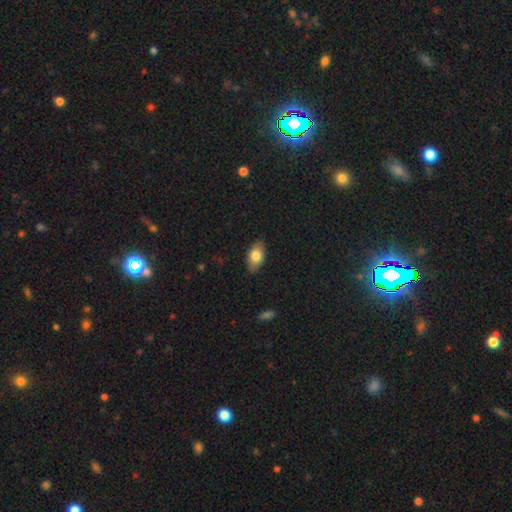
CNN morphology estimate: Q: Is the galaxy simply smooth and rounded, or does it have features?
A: smooth — 78%.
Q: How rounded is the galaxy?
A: in between — 91%.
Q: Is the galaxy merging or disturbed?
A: none — 86%.